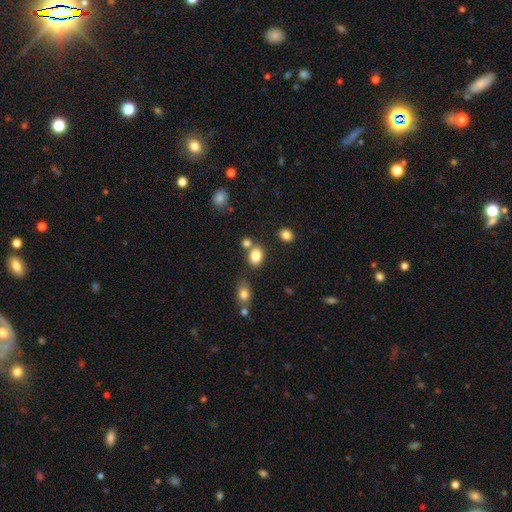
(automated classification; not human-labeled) Overall: smooth (83%). How rounded: in between (61%; round 38%). Merging: none (63%).